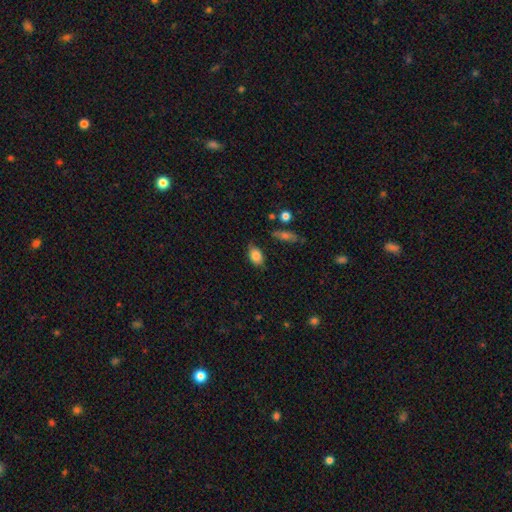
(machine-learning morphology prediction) The model was most divided on "merging": none: 71%, minor disturbance: 22%, major disturbance: 5%, merger: 3%. More confident: how rounded — in between (85%); smooth or featured — smooth (83%).